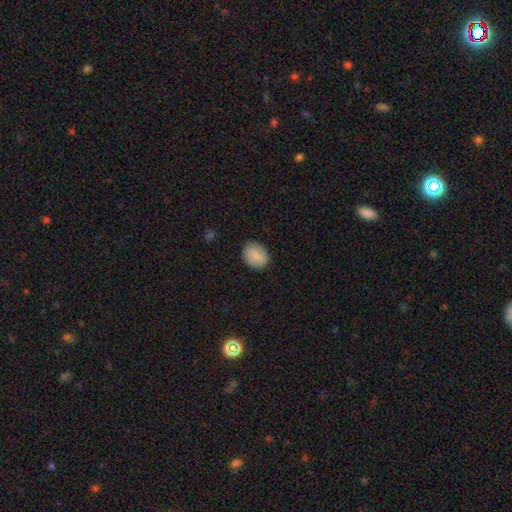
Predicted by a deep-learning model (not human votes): smooth-or-featured: smooth: 83% | featured or disk: 10% | star or artifact: 7%
  how-rounded: in between: 58% | round: 41% | cigar-shaped: 1%
  merging: none: 85% | minor disturbance: 11% | major disturbance: 3% | merger: 1%